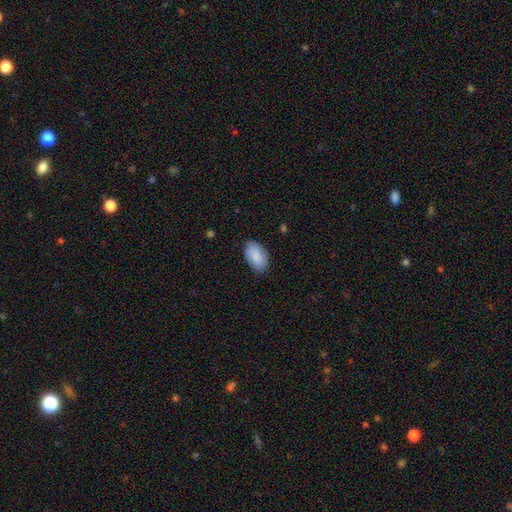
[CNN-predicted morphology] Smooth or featured? smooth (86%)
How rounded? in between (92%)
Merging? none (81%)